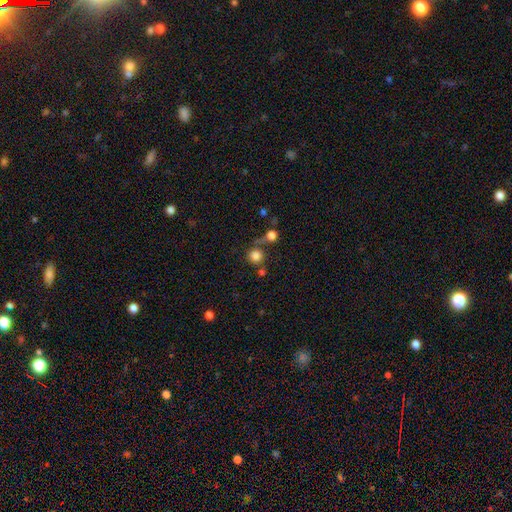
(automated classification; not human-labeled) This appears to be a smooth galaxy with no disk features (81%) that is round (93%). Merging: none (67%).